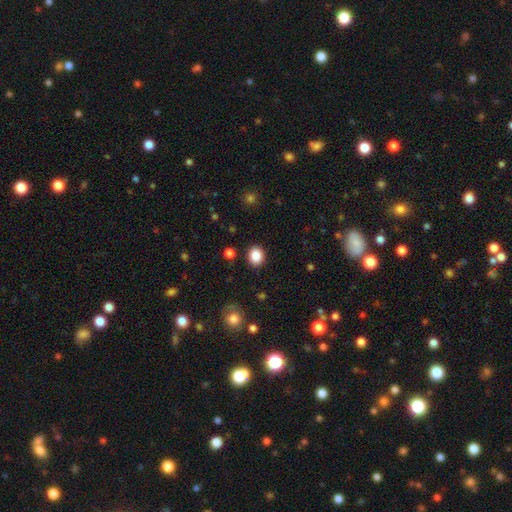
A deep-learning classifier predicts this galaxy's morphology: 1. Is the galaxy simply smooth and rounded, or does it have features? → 86% smooth, 10% star or artifact, 4% featured or disk.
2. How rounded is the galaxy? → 69% round, 30% in between, 1% cigar-shaped.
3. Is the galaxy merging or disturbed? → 90% none, 7% minor disturbance, 2% major disturbance, 2% merger.